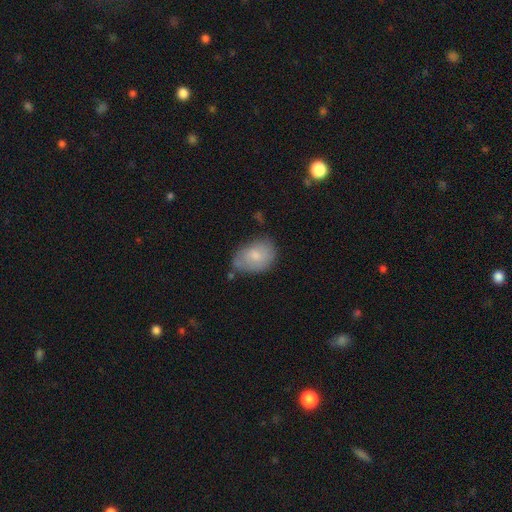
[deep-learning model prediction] smooth 71%, featured or disk 22%, star or artifact 7%. Down the decision tree: how rounded — in between (82%); merging — none (56%).